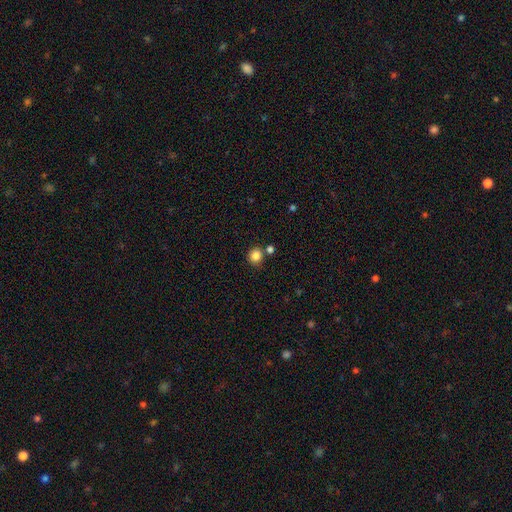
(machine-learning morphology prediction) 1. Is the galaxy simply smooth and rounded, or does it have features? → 84% smooth, 11% star or artifact, 5% featured or disk.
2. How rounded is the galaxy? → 86% round, 13% in between, 1% cigar-shaped.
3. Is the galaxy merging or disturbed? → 76% none, 12% merger, 9% minor disturbance, 3% major disturbance.